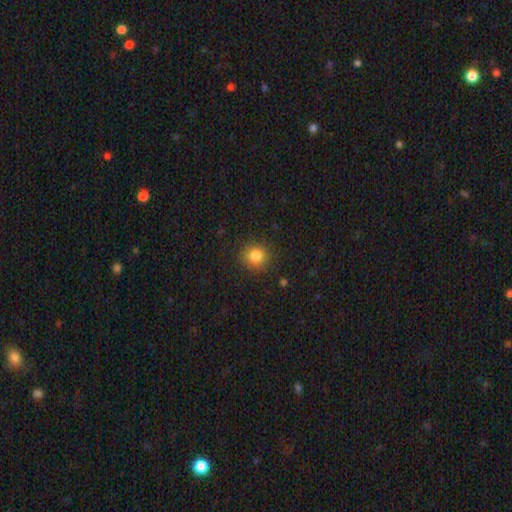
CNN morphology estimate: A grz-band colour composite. It shows a smooth galaxy with no disk features (83%) that is round (85%). Merging: none (89%).